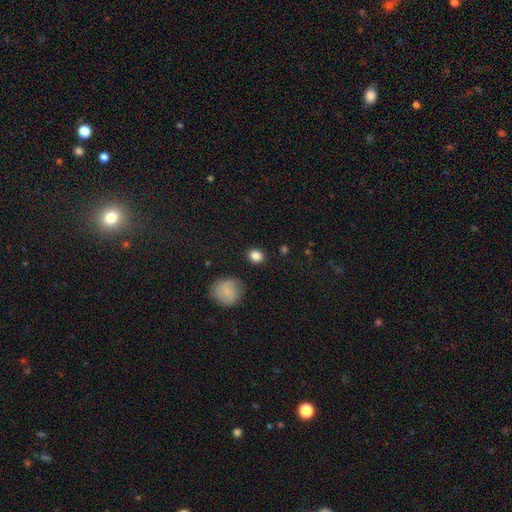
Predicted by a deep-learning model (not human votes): Overall: smooth (84%). How rounded: round (77%). Merging: none (86%).